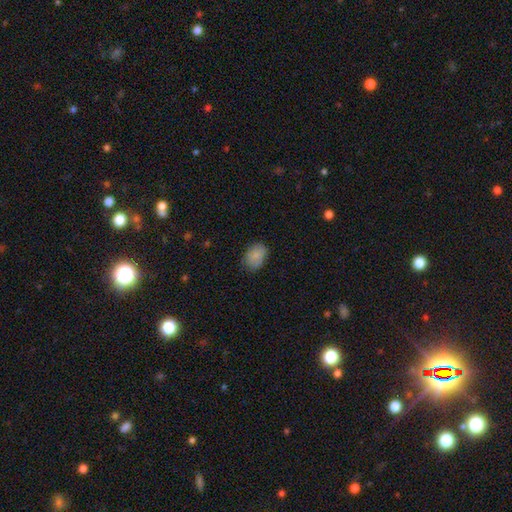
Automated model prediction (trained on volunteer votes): A smooth galaxy with no disk features (84%) that is in between round and cigar-shaped (78%).

Vote fractions:
- Smooth or featured? smooth: 84% / featured or disk: 8% / star or artifact: 8%
- How rounded? in between: 78% / round: 21% / cigar-shaped: 1%
- Merging? none: 74% / minor disturbance: 21% / major disturbance: 4% / merger: 1%